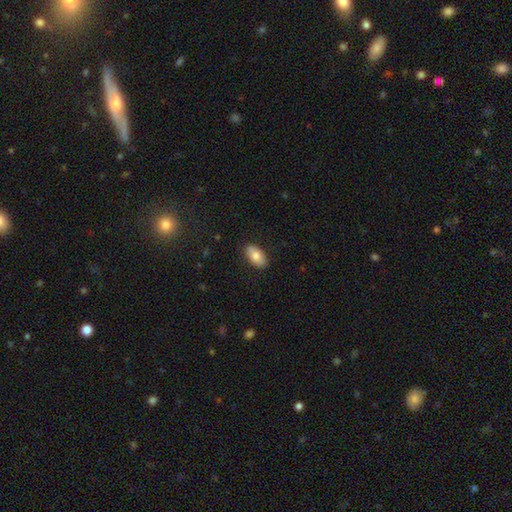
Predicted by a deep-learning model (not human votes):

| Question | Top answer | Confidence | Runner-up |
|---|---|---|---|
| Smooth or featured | smooth | 80% | featured or disk (13%) |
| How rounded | in between | 93% | round (3%) |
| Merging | none | 87% | minor disturbance (10%) |